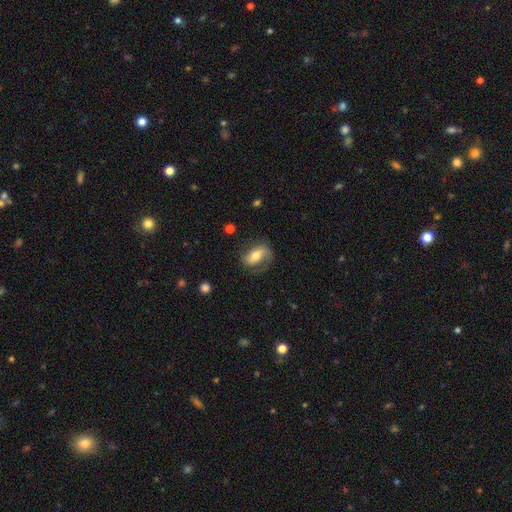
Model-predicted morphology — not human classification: Smooth or featured?
  - featured or disk: 51% *
  - smooth: 41%
  - star or artifact: 7%
Edge-on disk?
  - no: 92% *
  - yes: 8%
Merging?
  - none: 60% *
  - minor disturbance: 21%
  - major disturbance: 17%
  - merger: 2%